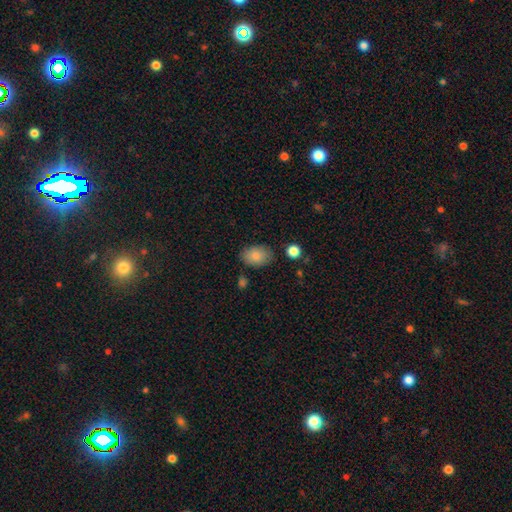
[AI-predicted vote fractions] A smooth galaxy with no disk features (86%) that is in between round and cigar-shaped (79%). Merging: none (81%).